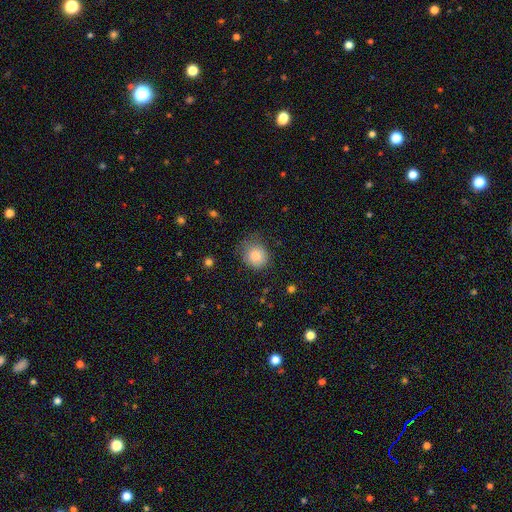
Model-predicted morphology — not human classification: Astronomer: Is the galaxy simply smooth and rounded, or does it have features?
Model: smooth — 84%.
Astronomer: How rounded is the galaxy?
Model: round — 77%.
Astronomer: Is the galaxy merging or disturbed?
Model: none — 61%.